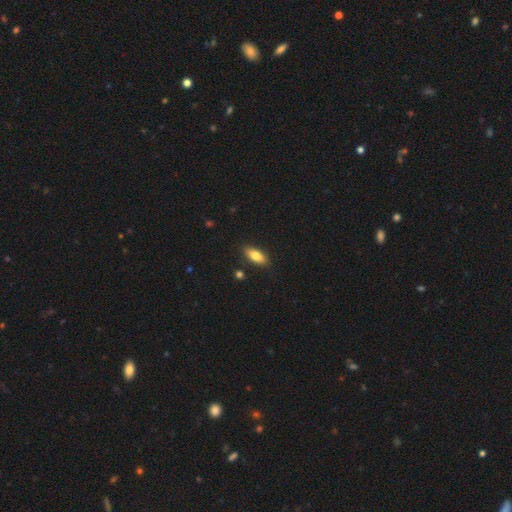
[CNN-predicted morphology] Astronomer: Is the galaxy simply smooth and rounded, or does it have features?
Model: smooth — 80%.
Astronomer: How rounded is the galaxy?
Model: in between — 82%.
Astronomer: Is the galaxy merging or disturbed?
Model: none — 86%.